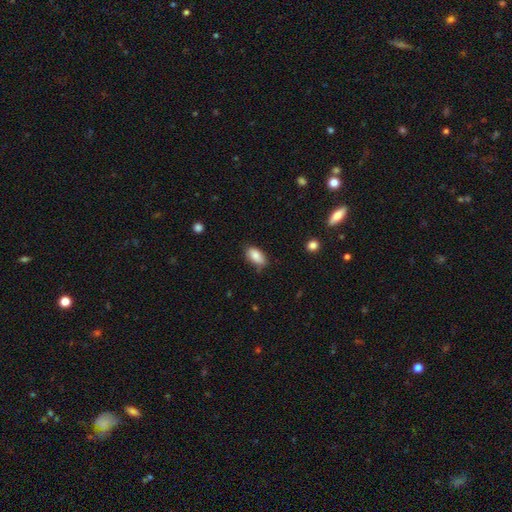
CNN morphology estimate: Q: Smooth or featured?
A: smooth (85%); runner-up: featured or disk (8%)
Q: How rounded?
A: in between (92%); runner-up: cigar-shaped (4%)
Q: Merging?
A: none (74%); runner-up: minor disturbance (21%)